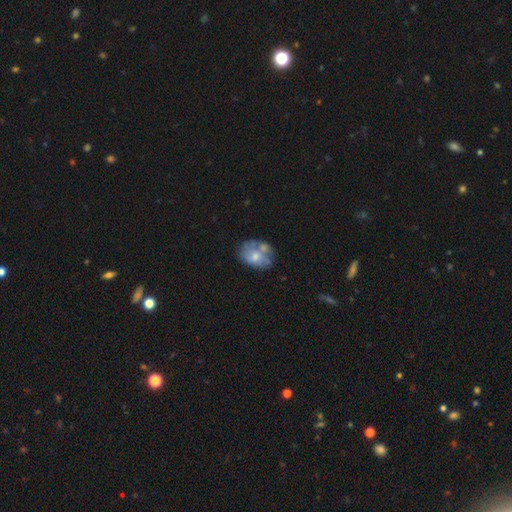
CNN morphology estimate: A smooth galaxy with no disk features (49%). Merging: none (43%).